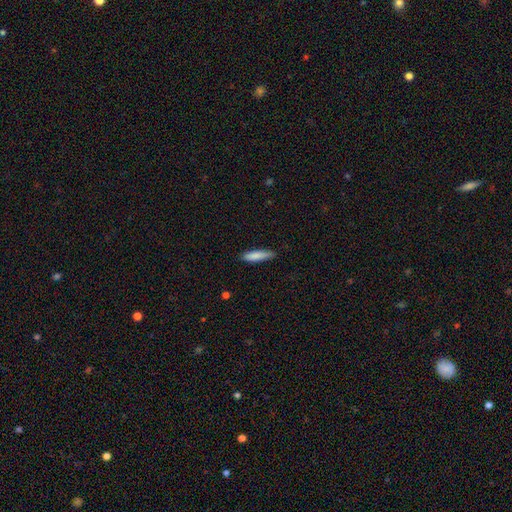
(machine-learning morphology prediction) type=smooth (83%); roundness=cigar-shaped (79%); merging=none (82%).